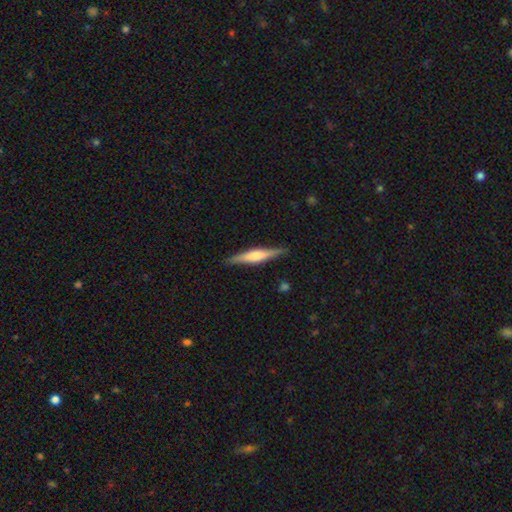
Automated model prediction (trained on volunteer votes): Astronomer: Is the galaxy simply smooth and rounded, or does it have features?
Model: featured or disk — 58% (runner-up: smooth, 36%).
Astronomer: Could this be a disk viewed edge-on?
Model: yes — 97%.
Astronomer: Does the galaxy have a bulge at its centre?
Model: rounded — 62%.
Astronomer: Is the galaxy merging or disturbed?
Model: none — 89%.